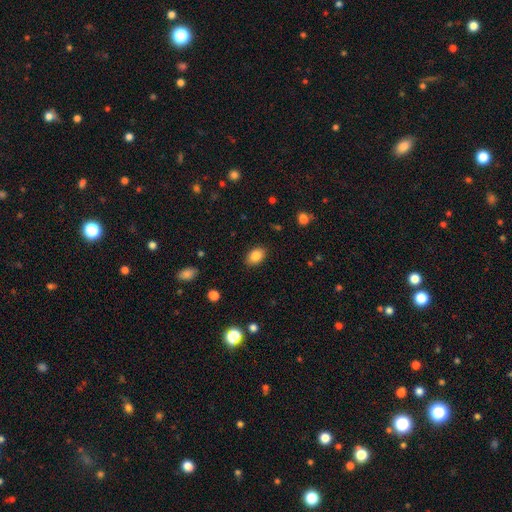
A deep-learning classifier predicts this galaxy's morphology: smooth 86%, star or artifact 9%, featured or disk 5%. Down the decision tree: how rounded — in between (81%); merging — none (87%).